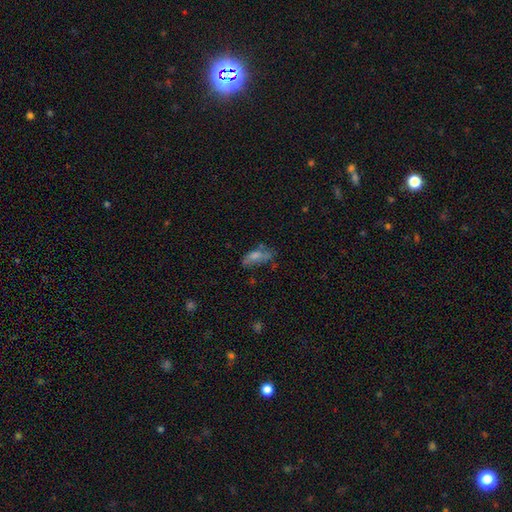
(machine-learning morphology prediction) A smooth galaxy with no disk features (54%) that is in between round and cigar-shaped (74%).

Vote fractions:
- Smooth or featured? smooth: 54% / featured or disk: 32% / star or artifact: 15%
- How rounded? in between: 74% / cigar-shaped: 21% / round: 5%
- Merging? none: 48% / minor disturbance: 27% / major disturbance: 17% / merger: 8%